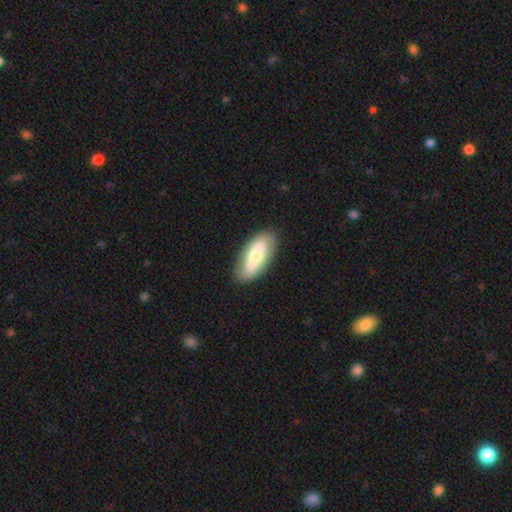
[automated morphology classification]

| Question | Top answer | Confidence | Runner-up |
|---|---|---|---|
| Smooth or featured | smooth | 60% | featured or disk (34%) |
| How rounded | in between | 81% | cigar-shaped (17%) |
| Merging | none | 84% | minor disturbance (12%) |